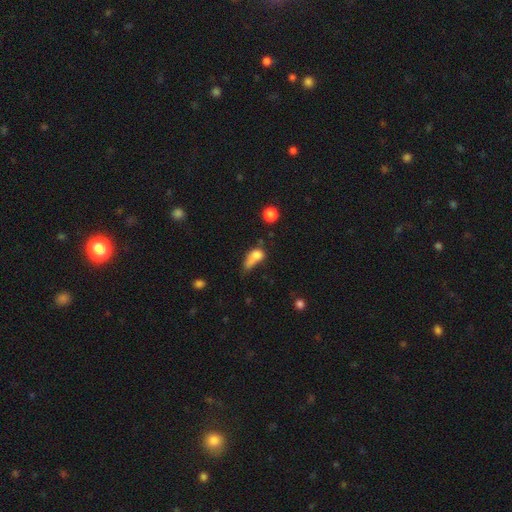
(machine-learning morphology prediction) Smooth or featured: smooth — 71% (featured or disk — 17%)
How rounded: in between — 57% (round — 34%)
Merging: merger — 35% (major disturbance — 25%)